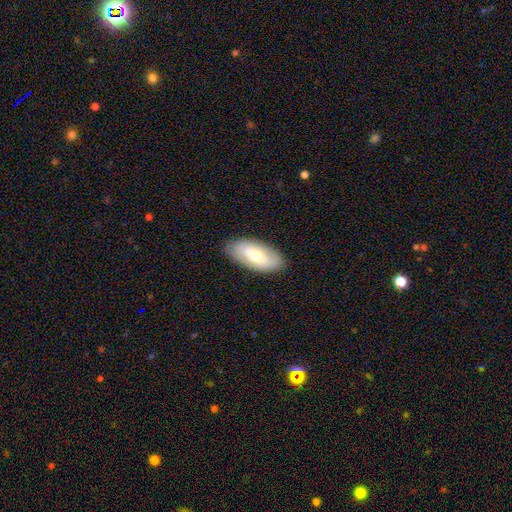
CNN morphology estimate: Smooth or featured?
  - smooth: 57% *
  - featured or disk: 37%
  - star or artifact: 6%
How rounded?
  - in between: 90% *
  - cigar-shaped: 8%
  - round: 2%
Merging?
  - none: 85% *
  - minor disturbance: 12%
  - major disturbance: 3%
  - merger: 1%